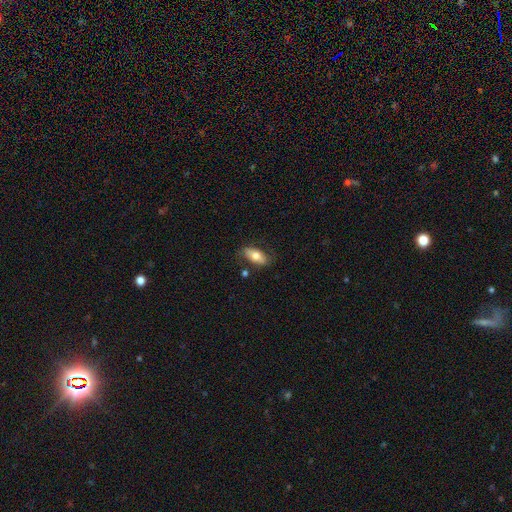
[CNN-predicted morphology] smooth 71%, featured or disk 22%, star or artifact 7%. Down the decision tree: how rounded — in between (87%); merging — none (77%).